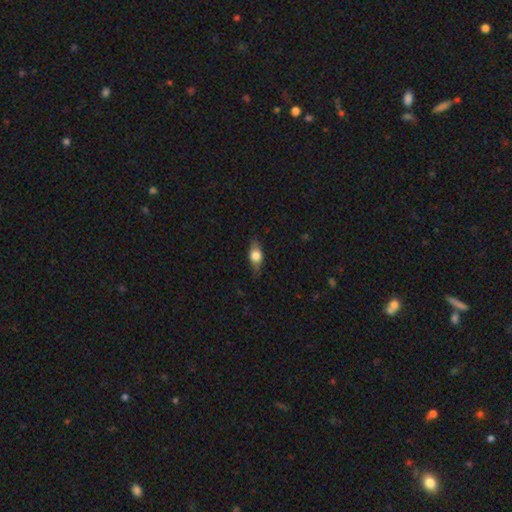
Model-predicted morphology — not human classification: The model was most divided on "smooth or featured": smooth: 67%, featured or disk: 26%, star or artifact: 8%. More confident: merging — none (77%); how rounded — in between (74%).